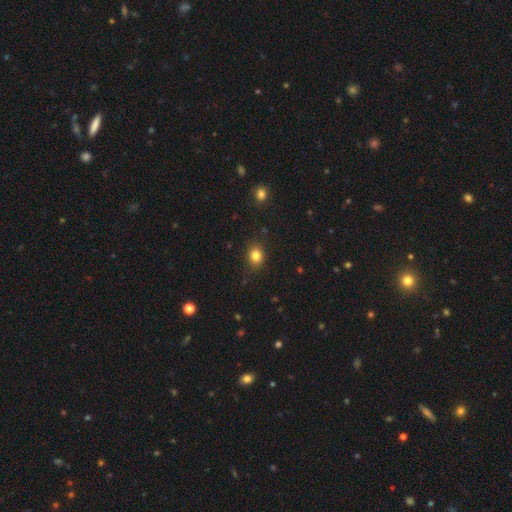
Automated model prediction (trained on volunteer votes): Smooth or featured: smooth — 82% (star or artifact — 12%)
How rounded: round — 63% (in between — 36%)
Merging: none — 84% (minor disturbance — 12%)